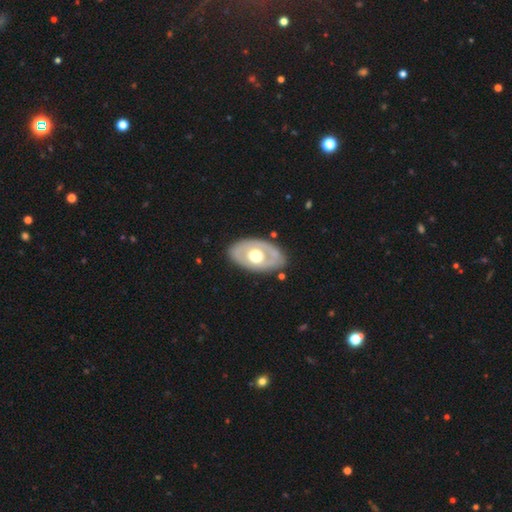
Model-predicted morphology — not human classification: This appears to be a featured or disk galaxy (56%) with no bar (91%), no spiral arms (88%) and a moderate central bulge (56%). Merging: none (82%).